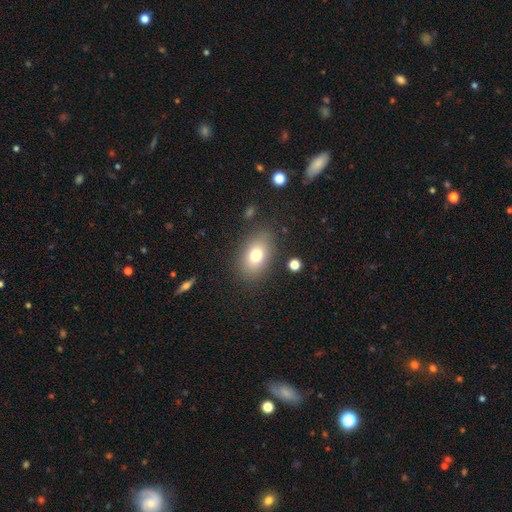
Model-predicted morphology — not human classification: Smooth or featured: smooth — 76% (featured or disk — 13%)
How rounded: in between — 79% (round — 20%)
Merging: none — 82% (minor disturbance — 12%)